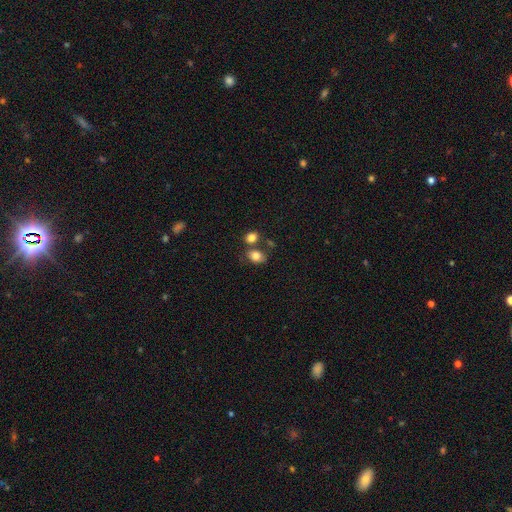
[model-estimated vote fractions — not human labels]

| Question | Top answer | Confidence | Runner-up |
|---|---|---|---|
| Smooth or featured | smooth | 81% | star or artifact (10%) |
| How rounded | in between | 67% | round (32%) |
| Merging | none | 57% | merger (25%) |